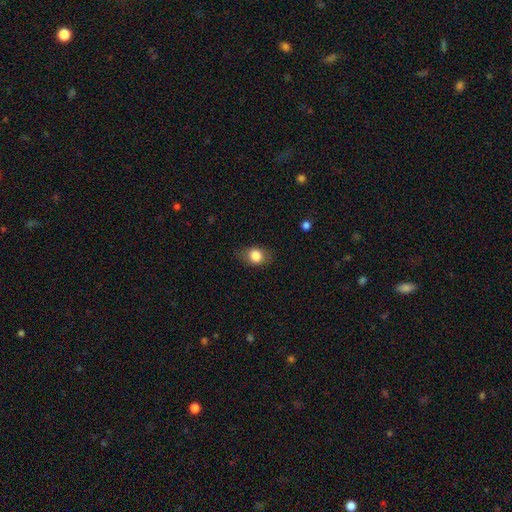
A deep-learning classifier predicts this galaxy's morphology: A smooth galaxy with no disk features (82%) that is round (50%). Merging: none (75%).